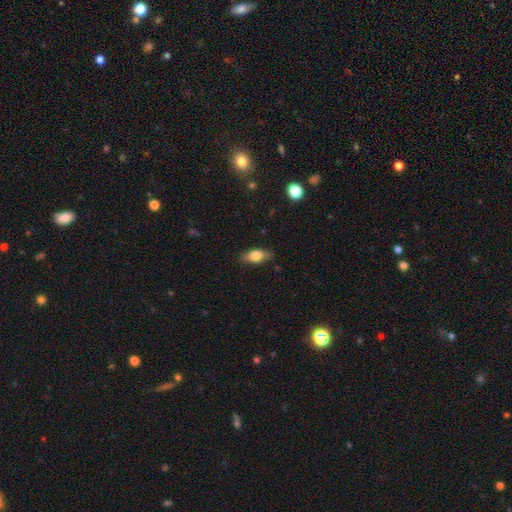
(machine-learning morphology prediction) smooth 73%, featured or disk 20%, star or artifact 7%. Down the decision tree: how rounded — in between (82%); merging — none (83%).